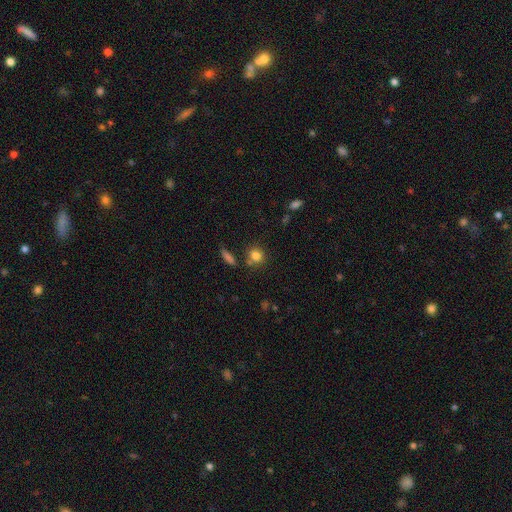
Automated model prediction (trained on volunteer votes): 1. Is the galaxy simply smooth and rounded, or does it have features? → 82% smooth, 11% star or artifact, 8% featured or disk.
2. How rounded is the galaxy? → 79% round, 18% in between, 2% cigar-shaped.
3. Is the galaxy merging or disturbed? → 71% none, 13% merger, 12% minor disturbance, 4% major disturbance.